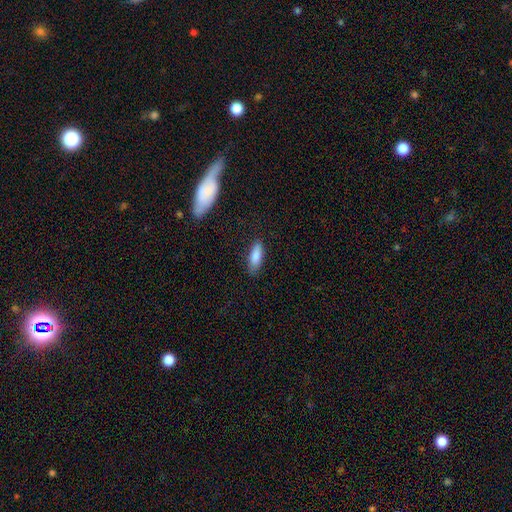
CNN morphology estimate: type=smooth (85%); roundness=in between (70%); merging=none (83%).